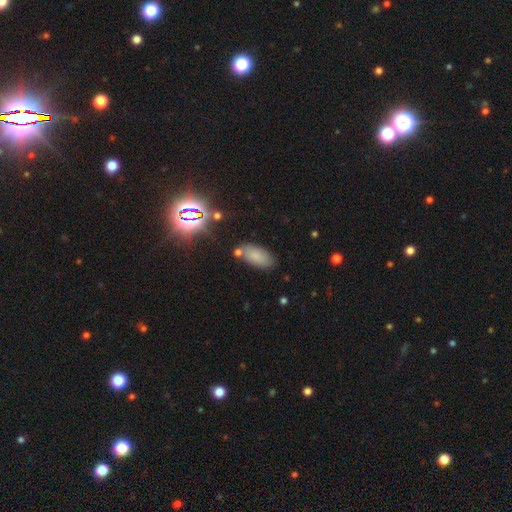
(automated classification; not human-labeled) Q: Smooth or featured?
A: smooth (78%); runner-up: star or artifact (14%)
Q: How rounded?
A: in between (90%); runner-up: cigar-shaped (7%)
Q: Merging?
A: none (72%); runner-up: minor disturbance (15%)